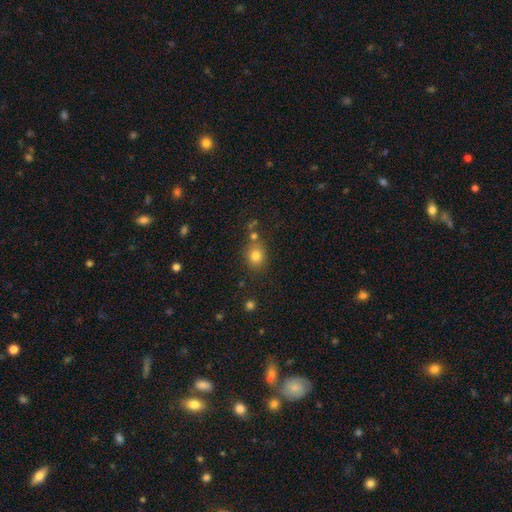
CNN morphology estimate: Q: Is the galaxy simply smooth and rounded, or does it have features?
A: smooth — 79%.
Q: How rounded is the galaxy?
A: round — 71%.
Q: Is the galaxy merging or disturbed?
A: none — 73%.